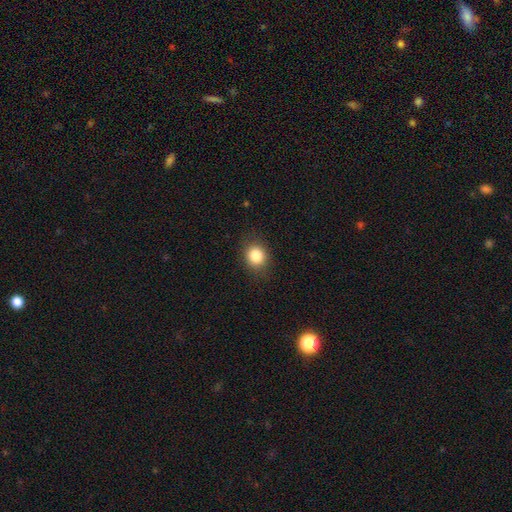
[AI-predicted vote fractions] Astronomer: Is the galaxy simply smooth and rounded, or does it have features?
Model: smooth — 84%.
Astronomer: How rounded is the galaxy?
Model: round — 69%.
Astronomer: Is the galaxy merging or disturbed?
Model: none — 85%.